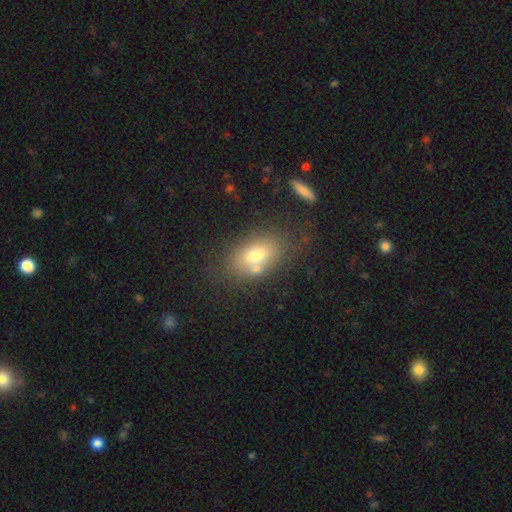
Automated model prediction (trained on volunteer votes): Smooth or featured: smooth — 70% (featured or disk — 19%)
How rounded: in between — 83% (round — 15%)
Merging: none — 60% (merger — 19%)